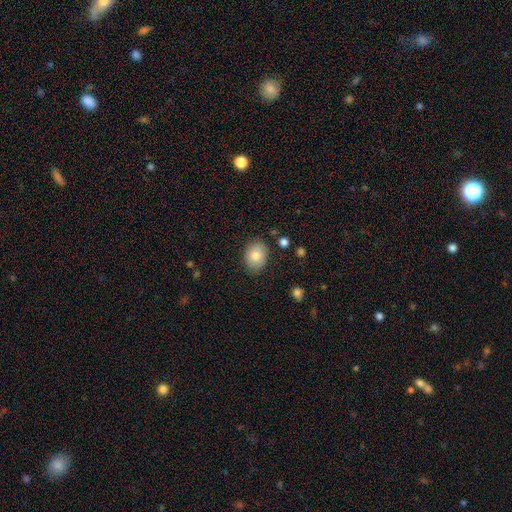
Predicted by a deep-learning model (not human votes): smooth_or_featured: smooth (p=0.78) [alt: featured or disk p=0.14]
how_rounded: in between (p=0.60) [alt: round p=0.39]
merging: none (p=0.83) [alt: minor disturbance p=0.13]